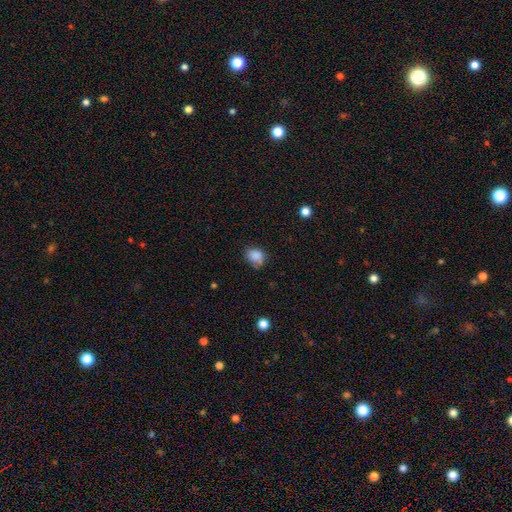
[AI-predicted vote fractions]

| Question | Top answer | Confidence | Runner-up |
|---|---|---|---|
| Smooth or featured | smooth | 85% | star or artifact (10%) |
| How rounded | in between | 51% | round (48%) |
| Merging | none | 61% | minor disturbance (28%) |